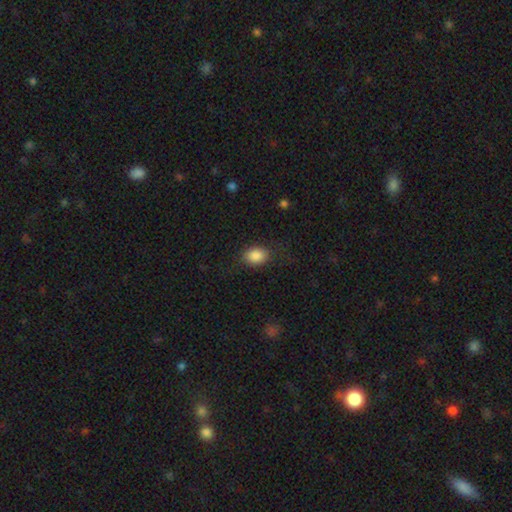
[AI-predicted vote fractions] A smooth galaxy with no disk features (87%) that is in between round and cigar-shaped (73%).

Vote fractions:
- Smooth or featured? smooth: 87% / star or artifact: 8% / featured or disk: 5%
- How rounded? in between: 73% / round: 26% / cigar-shaped: 1%
- Merging? none: 78% / minor disturbance: 15% / major disturbance: 6% / merger: 1%